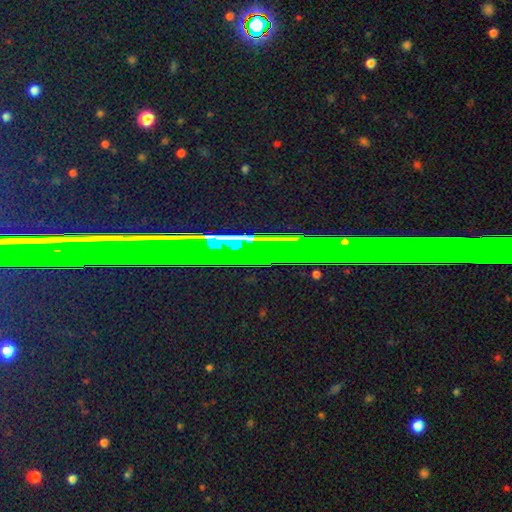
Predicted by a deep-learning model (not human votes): A star or artifact, not a galaxy (81%).